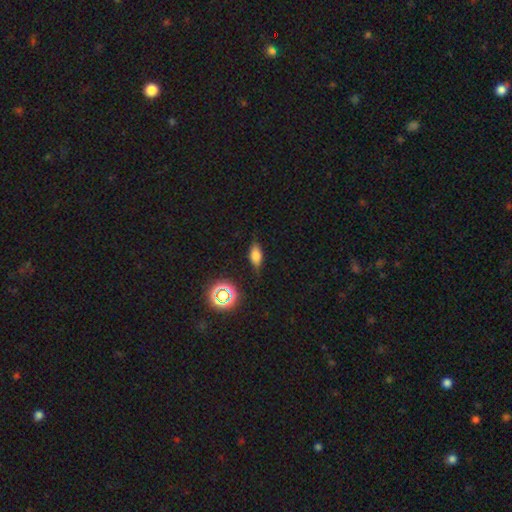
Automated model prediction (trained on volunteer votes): smooth 72%, featured or disk 14%, star or artifact 14%. Down the decision tree: how rounded — in between (81%); merging — none (78%).